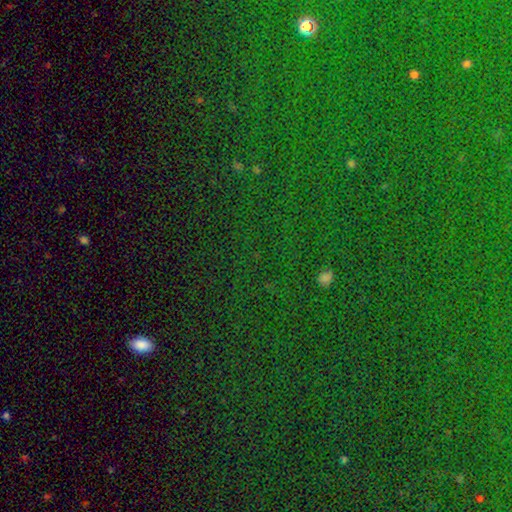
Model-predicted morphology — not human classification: A star or artifact, not a galaxy (80%).

Vote fractions:
- Smooth or featured? star or artifact: 80% / smooth: 11% / featured or disk: 8%